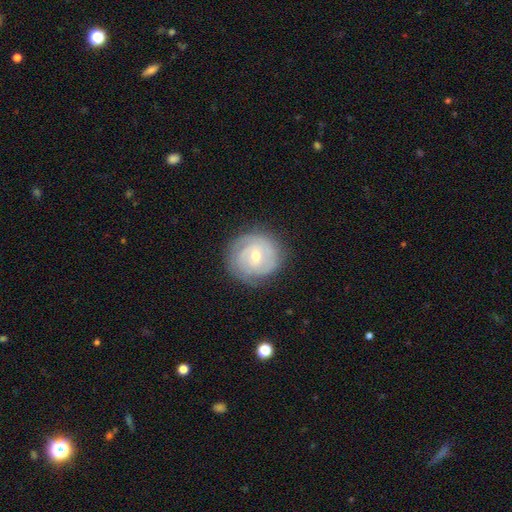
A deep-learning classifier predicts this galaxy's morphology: smooth-or-featured: featured or disk: 71% | smooth: 22% | star or artifact: 7%
  disk-edge-on: no: 97% | yes: 3%
    bar: no: 51% | weak: 39% | strong: 10%
    has-spiral-arms: yes: 87% | no: 13%
      spiral-winding: tight: 74% | medium: 21% | loose: 6%
      spiral-arm-count: can't tell: 36% | 2: 32% | 3: 17% | 4: 5% | 1: 5% | more than 4: 4%
    bulge-size: moderate: 50% | small: 46% | large: 2% | none: 1% | dominant: 1%
  merging: none: 81% | minor disturbance: 13% | major disturbance: 4% | merger: 1%